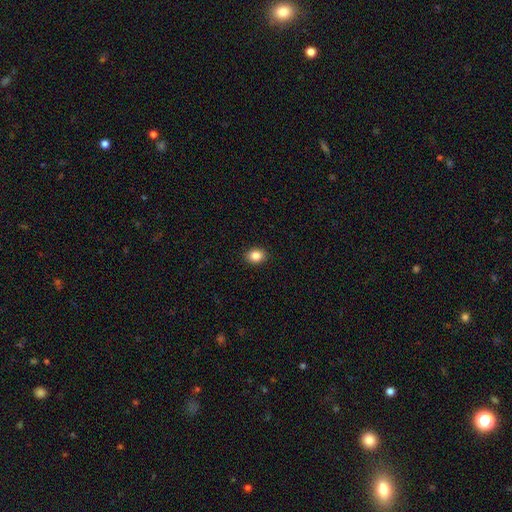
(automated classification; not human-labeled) Morphology: type=smooth (85%); roundness=round (50%); merging=none (91%).